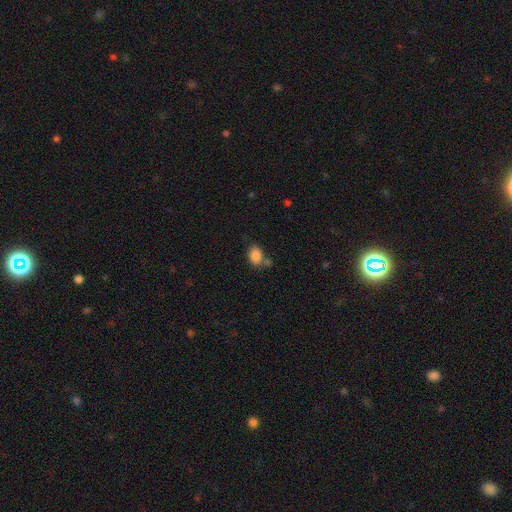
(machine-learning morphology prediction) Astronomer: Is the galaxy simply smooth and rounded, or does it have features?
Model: smooth — 86%.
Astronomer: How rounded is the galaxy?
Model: in between — 73%.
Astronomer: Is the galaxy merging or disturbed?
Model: none — 58%.